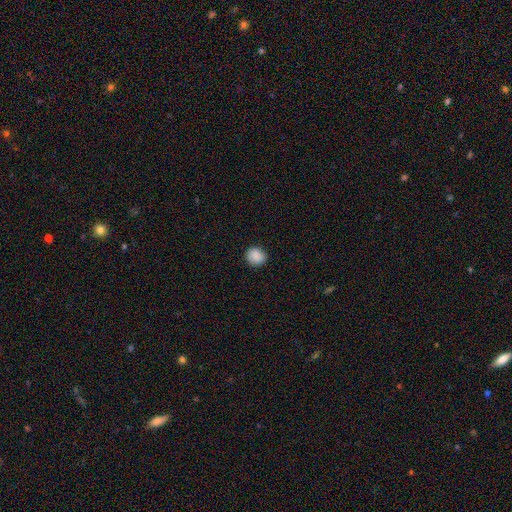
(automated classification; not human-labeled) Q: Smooth or featured?
A: smooth (88%); runner-up: star or artifact (8%)
Q: How rounded?
A: round (82%); runner-up: in between (17%)
Q: Merging?
A: none (87%); runner-up: minor disturbance (10%)